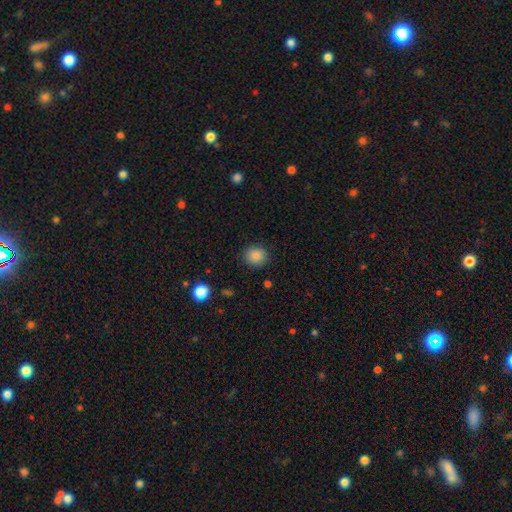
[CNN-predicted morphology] This appears to be a smooth galaxy with no disk features (86%) that is round (81%). Merging: none (88%).